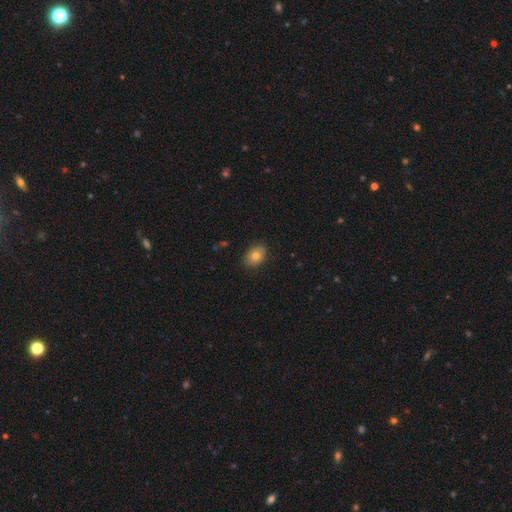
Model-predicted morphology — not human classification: smooth_or_featured: smooth (p=0.78) [alt: featured or disk p=0.13]
how_rounded: in between (p=0.71) [alt: round p=0.27]
merging: none (p=0.86) [alt: minor disturbance p=0.11]